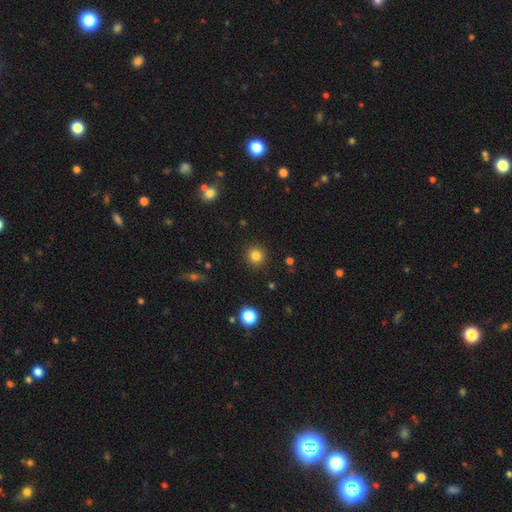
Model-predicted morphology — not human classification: The model was most divided on "smooth or featured": smooth: 83%, star or artifact: 12%, featured or disk: 5%. More confident: how rounded — round (93%); merging — none (91%).